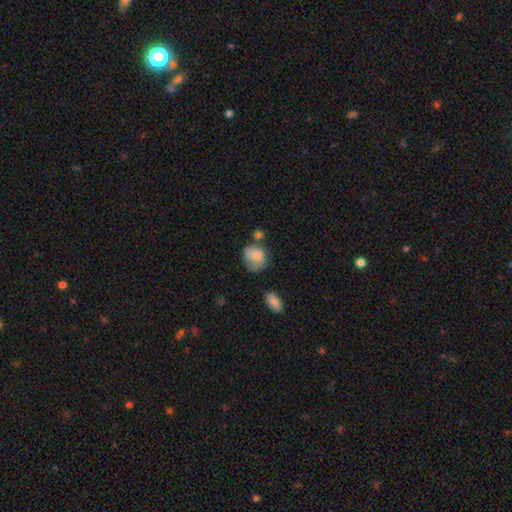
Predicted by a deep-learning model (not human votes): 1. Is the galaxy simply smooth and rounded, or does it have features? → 74% smooth, 18% featured or disk, 8% star or artifact.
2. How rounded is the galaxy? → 64% round, 35% in between, 1% cigar-shaped.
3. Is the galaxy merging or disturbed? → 43% none, 31% minor disturbance, 15% major disturbance, 12% merger.